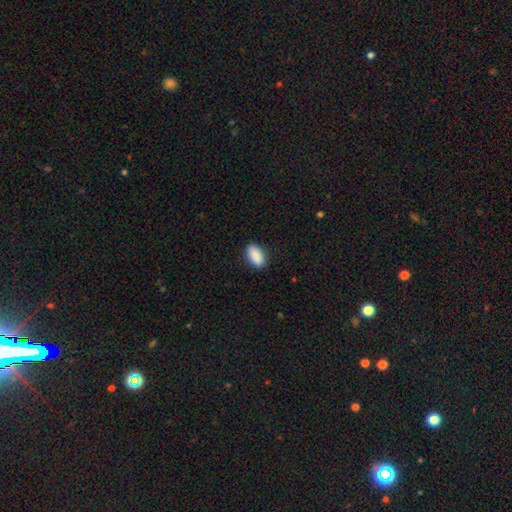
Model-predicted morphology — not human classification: smooth-or-featured: smooth: 90% | star or artifact: 7% | featured or disk: 3%
  how-rounded: in between: 92% | round: 5% | cigar-shaped: 3%
  merging: none: 87% | minor disturbance: 10% | major disturbance: 2% | merger: 1%